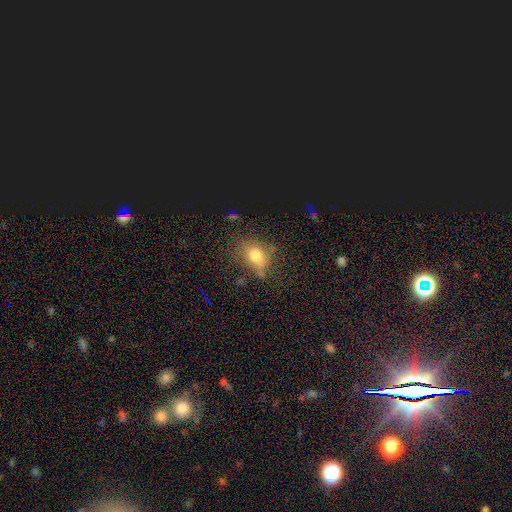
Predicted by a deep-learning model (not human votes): Smooth or featured: smooth — 72% (star or artifact — 15%)
How rounded: in between — 58% (round — 40%)
Merging: none — 59% (minor disturbance — 24%)